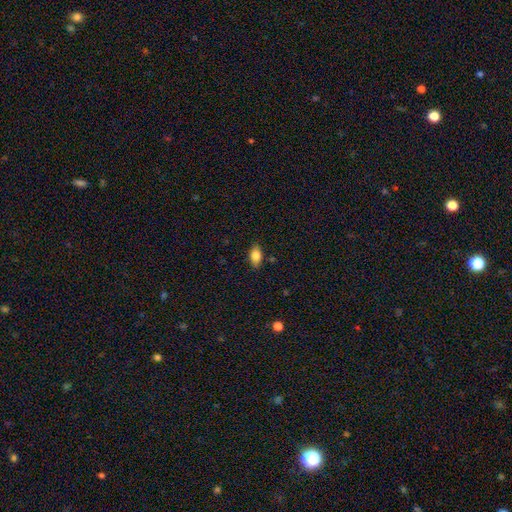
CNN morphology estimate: This appears to be a smooth galaxy with no disk features (82%) that is in between round and cigar-shaped (89%). Merging: none (85%).